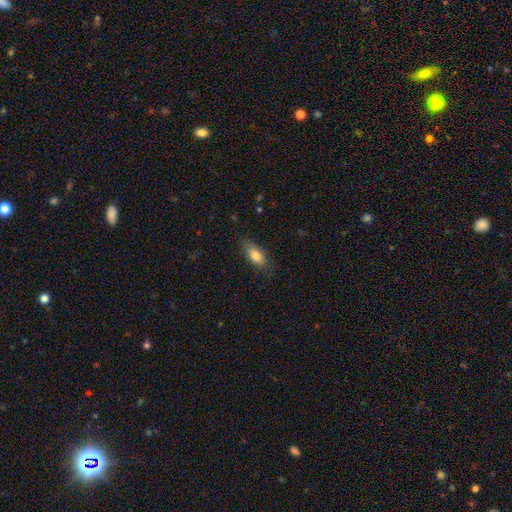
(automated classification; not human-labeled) A smooth galaxy with no disk features (81%) that is in between round and cigar-shaped (82%). Merging: none (76%).